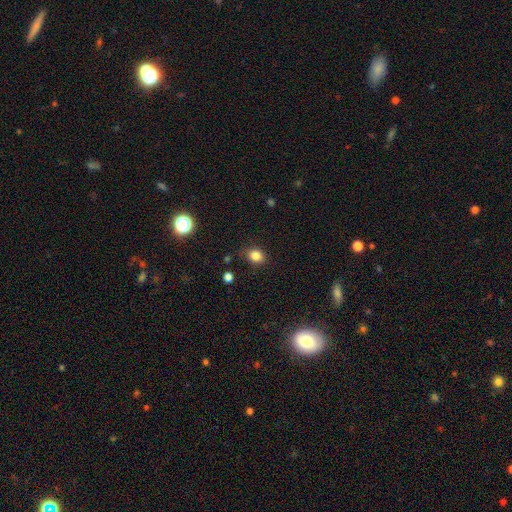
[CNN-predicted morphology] type=smooth (83%); roundness=round (53%); merging=none (80%).